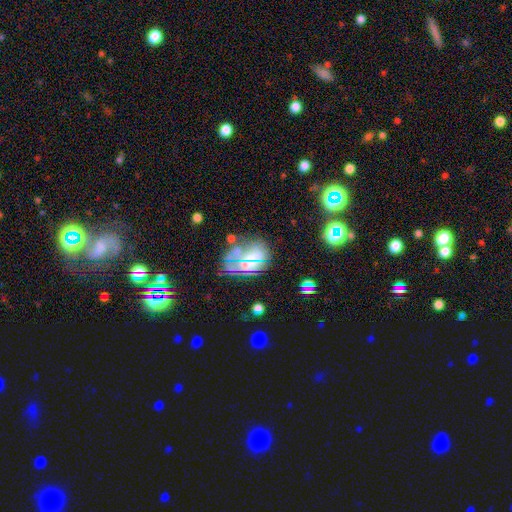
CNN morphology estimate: Smooth or featured? Predicted: smooth (p=0.40). Merging? Predicted: none (p=0.61).